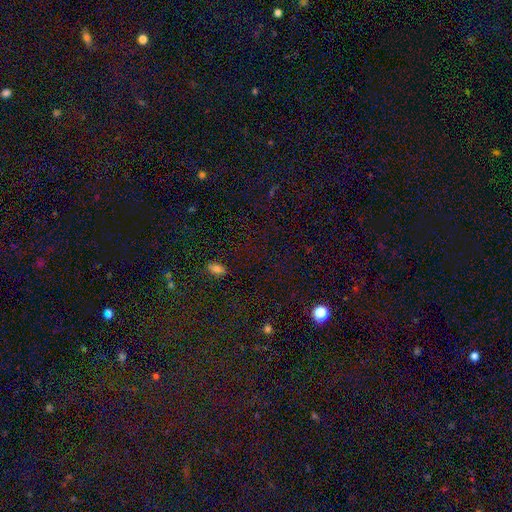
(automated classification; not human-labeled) Overall: star or artifact (48%; smooth 44%).